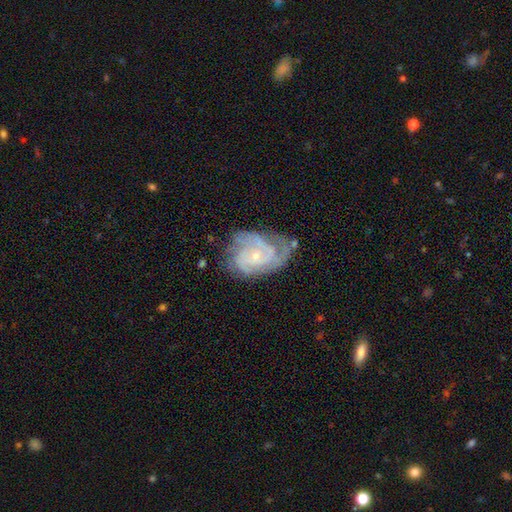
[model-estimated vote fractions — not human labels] smooth_or_featured: featured or disk (p=0.85) [alt: smooth p=0.09]
disk_edge_on: no (p=0.97) [alt: yes p=0.03]
bar: no (p=0.70) [alt: weak p=0.25]
has_spiral_arms: yes (p=0.96) [alt: no p=0.04]
spiral_winding: tight (p=0.63) [alt: medium p=0.31]
spiral_arm_count: 3 (p=0.31) [alt: can't tell p=0.23]
bulge_size: small (p=0.74) [alt: moderate p=0.21]
merging: none (p=0.60) [alt: minor disturbance p=0.25]